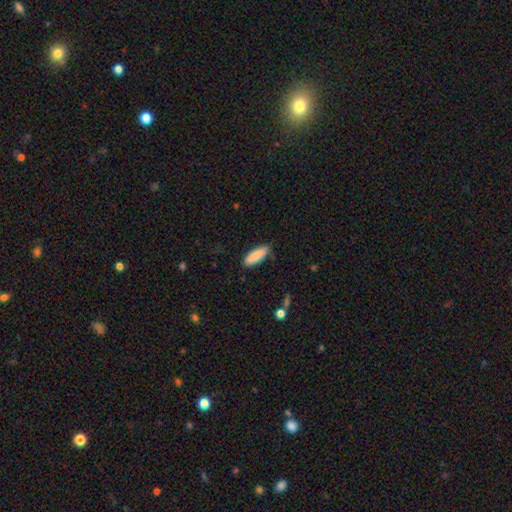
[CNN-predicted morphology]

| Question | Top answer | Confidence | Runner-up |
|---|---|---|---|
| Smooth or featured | smooth | 88% | featured or disk (7%) |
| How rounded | in between | 53% | cigar-shaped (45%) |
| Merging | none | 86% | minor disturbance (10%) |